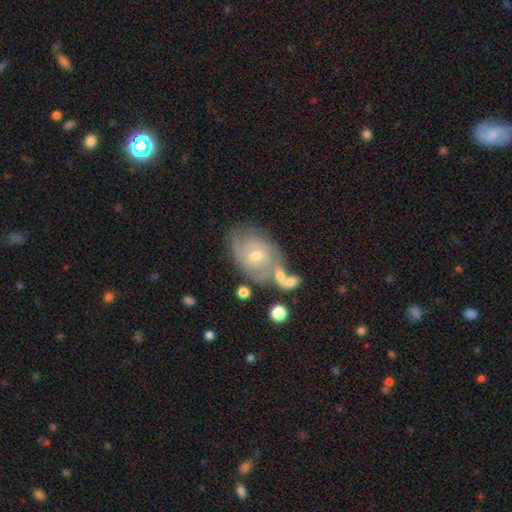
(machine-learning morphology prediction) Overall: featured or disk (74%). Edge-on disk: no (96%). Bar: no (50%; weak 43%). Spiral arms: yes (88%). Spiral arm count: 2 (35%; can't tell 34%). Spiral winding: tight (51%; medium 37%). Bulge size: small (54%; moderate 42%). Merging: none (49%; merger 22%).